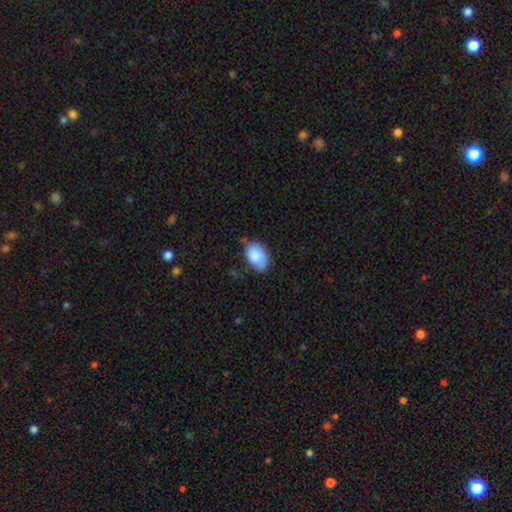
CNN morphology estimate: type=smooth (85%); roundness=in between (87%); merging=none (66%).